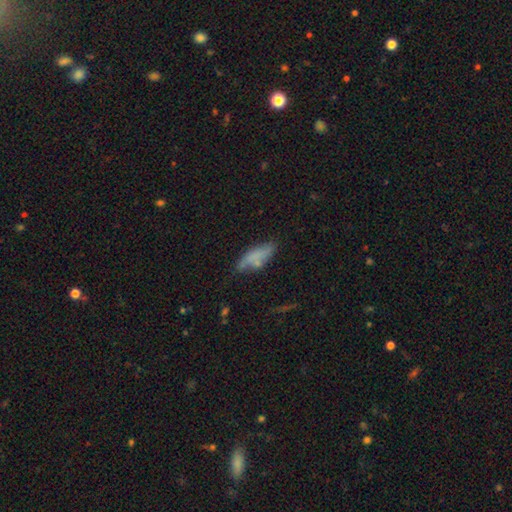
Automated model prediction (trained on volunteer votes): Smooth or featured: smooth — 66% (featured or disk — 23%)
How rounded: in between — 58% (cigar-shaped — 39%)
Merging: none — 57% (minor disturbance — 27%)